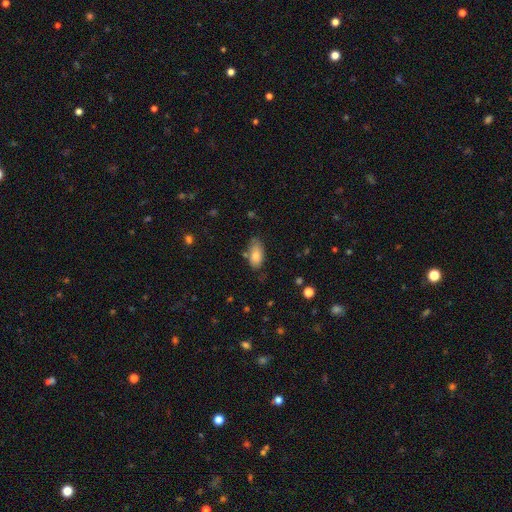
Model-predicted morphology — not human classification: smooth-or-featured: smooth: 81% | featured or disk: 12% | star or artifact: 8%
  how-rounded: in between: 92% | cigar-shaped: 5% | round: 4%
  merging: none: 63% | minor disturbance: 26% | major disturbance: 6% | merger: 5%